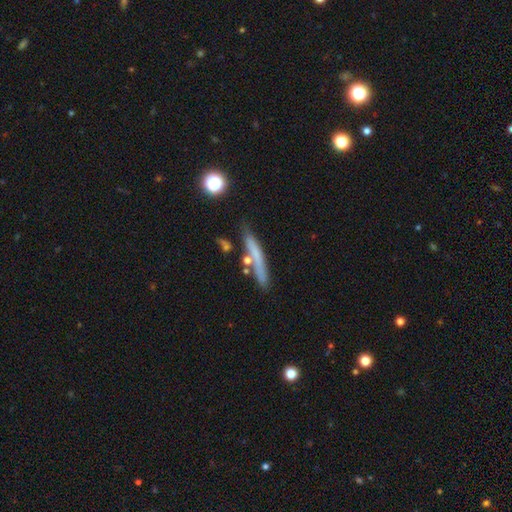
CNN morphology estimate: Smooth or featured?
  - smooth: 57% *
  - featured or disk: 34%
  - star or artifact: 9%
How rounded?
  - cigar-shaped: 92% *
  - in between: 5%
  - round: 3%
Merging?
  - none: 72% *
  - minor disturbance: 15%
  - merger: 9%
  - major disturbance: 4%